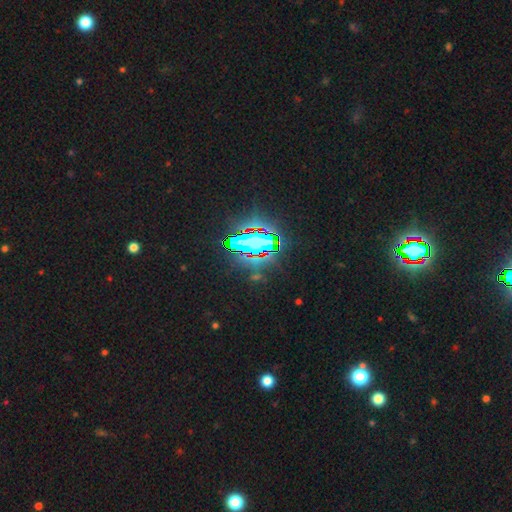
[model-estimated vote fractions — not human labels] Overall: star or artifact (85%).